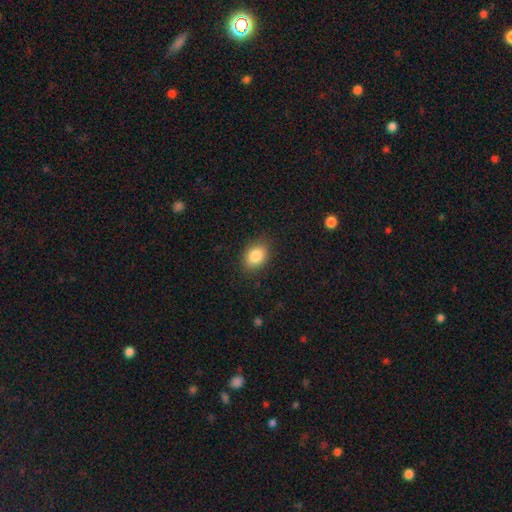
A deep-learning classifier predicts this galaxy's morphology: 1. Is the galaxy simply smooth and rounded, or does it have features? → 85% smooth, 9% star or artifact, 7% featured or disk.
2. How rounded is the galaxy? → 74% in between, 25% round, 1% cigar-shaped.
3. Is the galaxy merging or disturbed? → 85% none, 11% minor disturbance, 3% major disturbance, 1% merger.